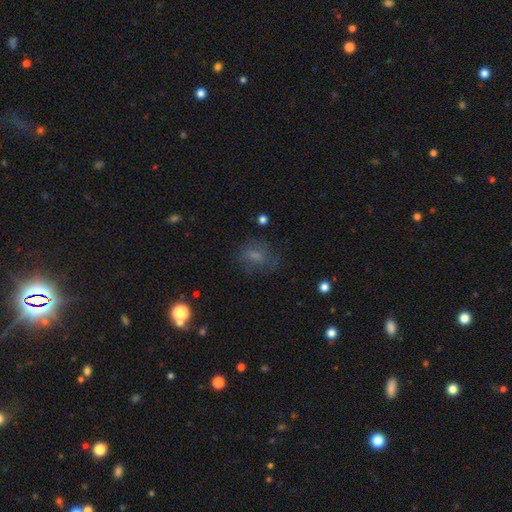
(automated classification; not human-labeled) Smooth or featured? Predicted: smooth (p=0.62). How rounded? Predicted: in between (p=0.63). Merging? Predicted: none (p=0.64).